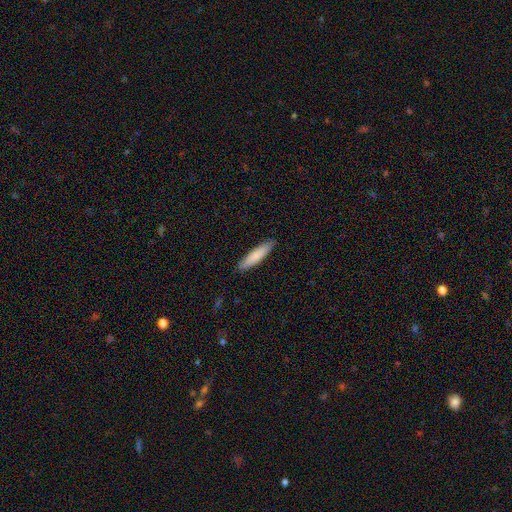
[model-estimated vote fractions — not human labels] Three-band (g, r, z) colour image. It shows a smooth galaxy with no disk features (81%) that is cigar-shaped (82%). Merging: none (89%).